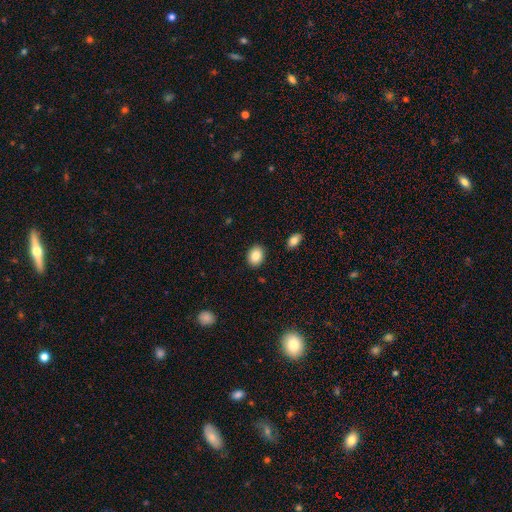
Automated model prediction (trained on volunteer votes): Smooth or featured: smooth — 86% (star or artifact — 8%)
How rounded: in between — 61% (round — 38%)
Merging: none — 89% (minor disturbance — 8%)